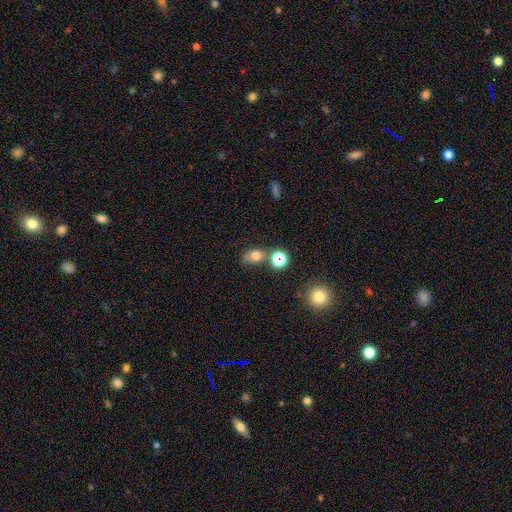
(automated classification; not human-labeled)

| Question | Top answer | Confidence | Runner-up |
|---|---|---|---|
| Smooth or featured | smooth | 70% | star or artifact (18%) |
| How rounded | in between | 52% | round (46%) |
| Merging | none | 53% | minor disturbance (20%) |